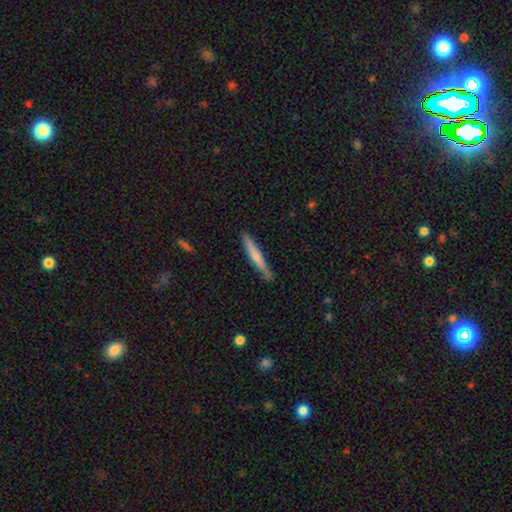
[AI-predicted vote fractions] Overall: smooth (61%; featured or disk 34%). How rounded: cigar-shaped (95%). Merging: none (87%).